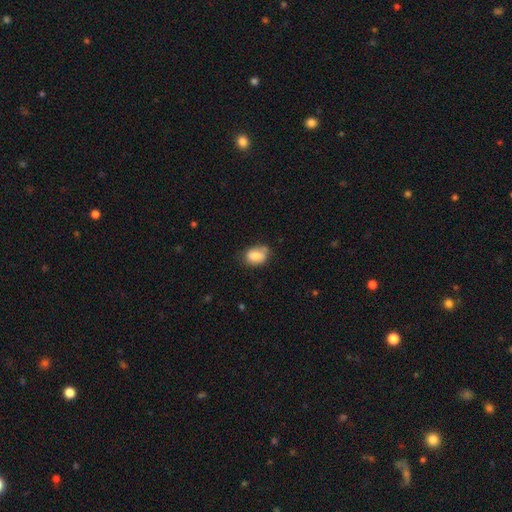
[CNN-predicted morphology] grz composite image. It shows a smooth galaxy with no disk features (79%) that is in between round and cigar-shaped (71%). Merging: none (54%).